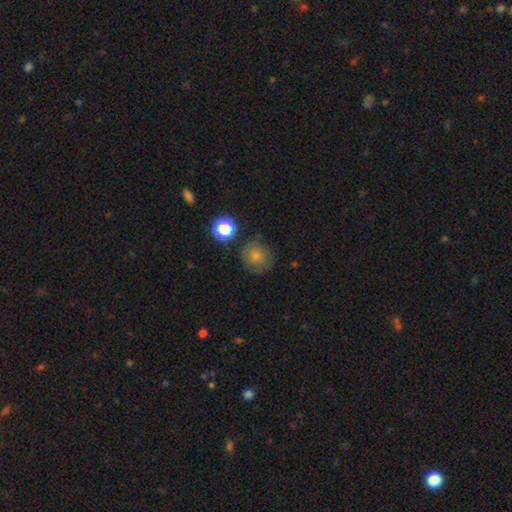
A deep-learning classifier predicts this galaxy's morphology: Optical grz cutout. It shows a smooth galaxy with no disk features (67%) that is round (90%). Merging: none (81%).